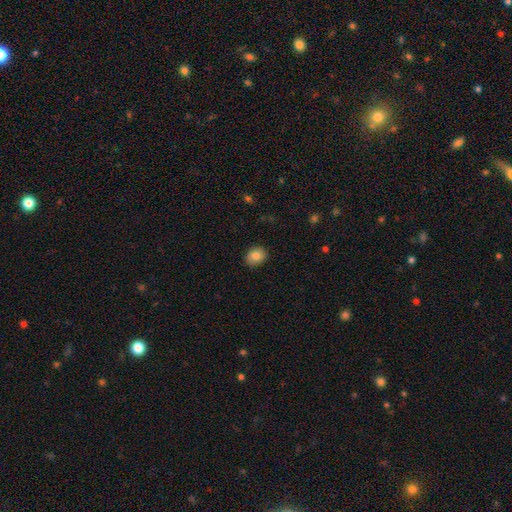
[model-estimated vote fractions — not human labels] This is clearly a smooth galaxy (84%). How rounded: possibly round (54%). Merging: clearly none (88%).